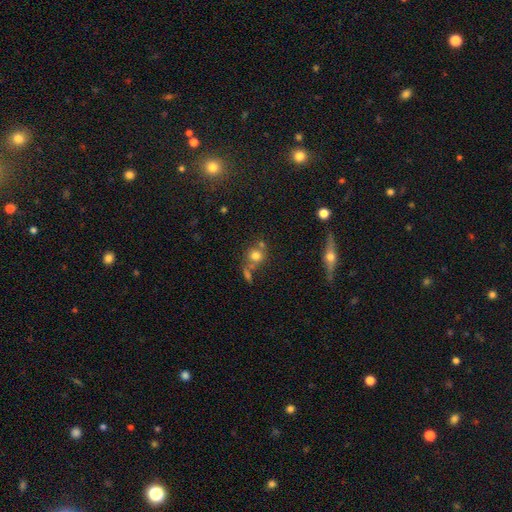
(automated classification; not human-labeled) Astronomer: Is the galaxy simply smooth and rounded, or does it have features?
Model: smooth — 73%.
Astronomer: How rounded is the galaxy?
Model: round — 81%.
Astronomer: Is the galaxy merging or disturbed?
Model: none — 54%.